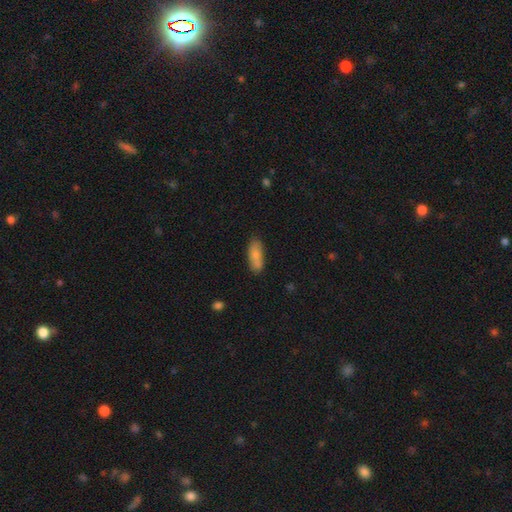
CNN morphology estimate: Smooth or featured? smooth (80%)
How rounded? in between (70%)
Merging? none (74%)